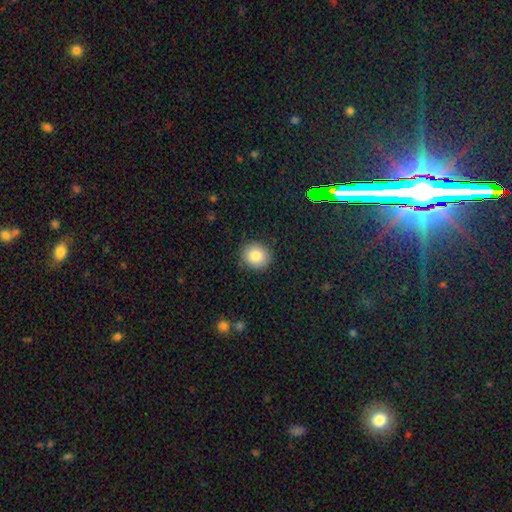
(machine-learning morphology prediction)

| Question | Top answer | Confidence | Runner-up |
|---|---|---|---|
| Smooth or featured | smooth | 84% | star or artifact (10%) |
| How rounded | round | 85% | in between (14%) |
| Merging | none | 87% | minor disturbance (9%) |